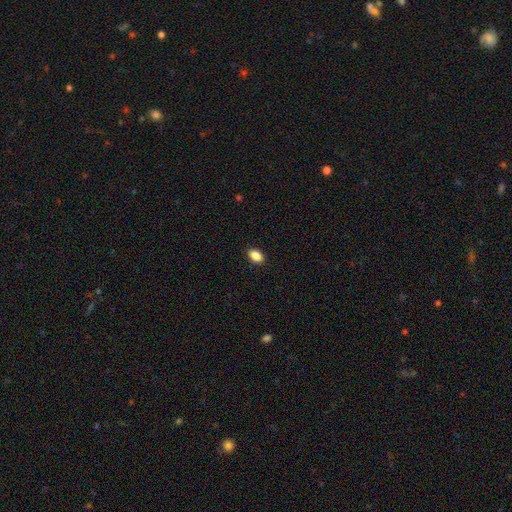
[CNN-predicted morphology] Overall: smooth (88%). How rounded: in between (87%). Merging: none (90%).